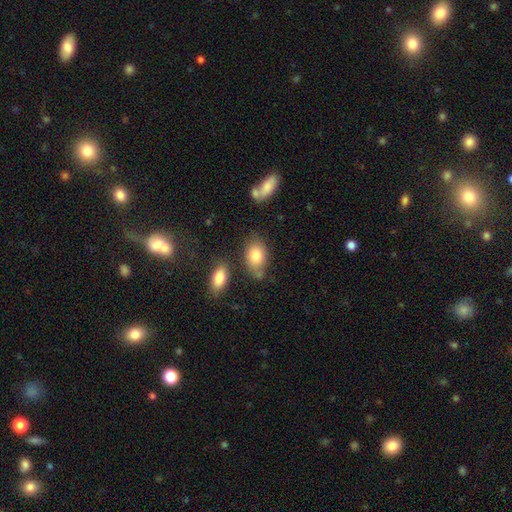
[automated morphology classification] This is clearly a smooth galaxy (82%). How rounded: clearly in between (83%). Merging: likely none (64%).